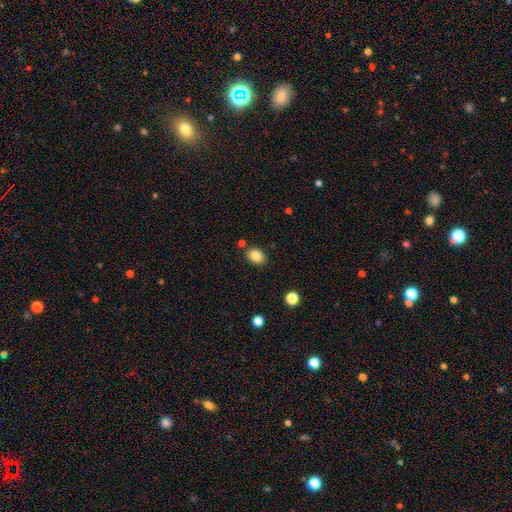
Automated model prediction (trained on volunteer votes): A smooth galaxy with no disk features (84%) that is in between round and cigar-shaped (69%). Merging: none (84%).